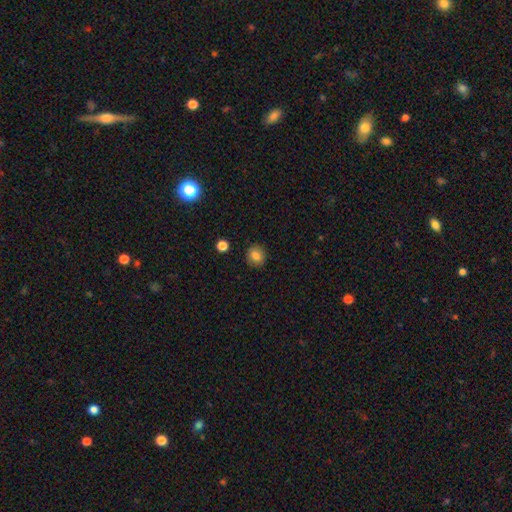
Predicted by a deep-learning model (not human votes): This appears to be a smooth galaxy with no disk features (83%) that is round (83%). Merging: none (89%).